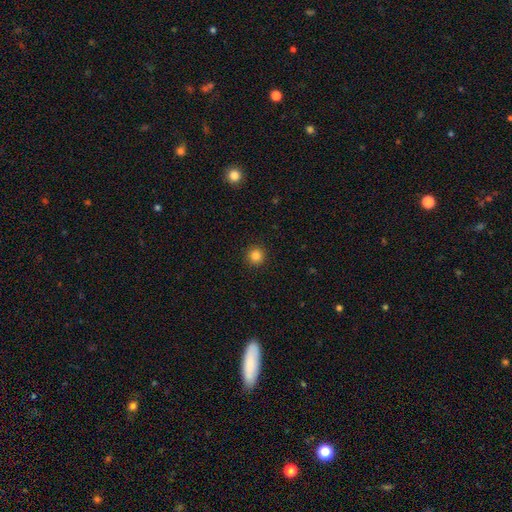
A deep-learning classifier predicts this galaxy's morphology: A smooth galaxy with no disk features (84%) that is round (95%).

Vote fractions:
- Smooth or featured? smooth: 84% / star or artifact: 12% / featured or disk: 4%
- How rounded? round: 95% / in between: 4% / cigar-shaped: 1%
- Merging? none: 93% / minor disturbance: 5% / major disturbance: 2% / merger: 1%